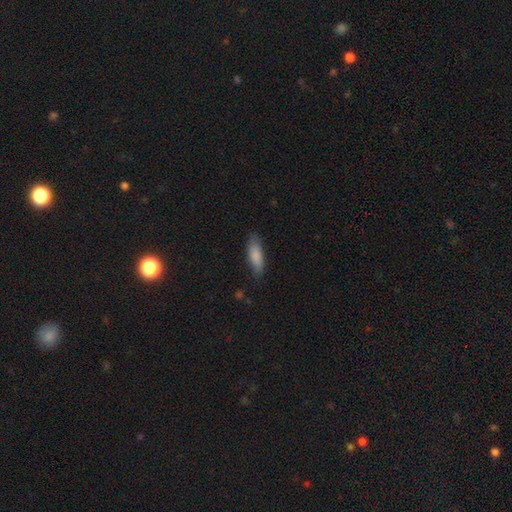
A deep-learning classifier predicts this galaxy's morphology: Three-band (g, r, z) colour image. It shows a smooth galaxy with no disk features (85%) that is in between round and cigar-shaped (58%). Merging: none (77%).